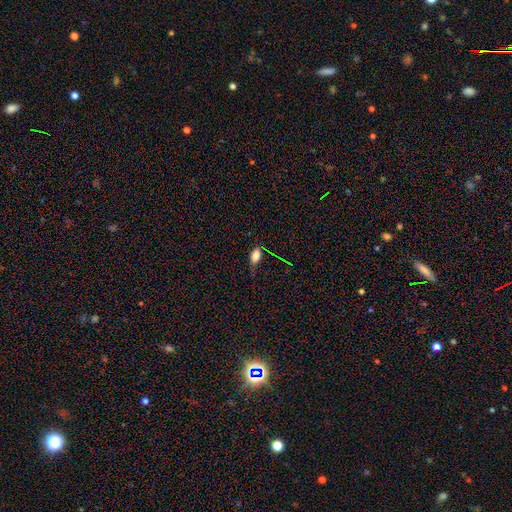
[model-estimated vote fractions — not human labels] Smooth or featured? smooth (80%)
How rounded? in between (90%)
Merging? none (72%)